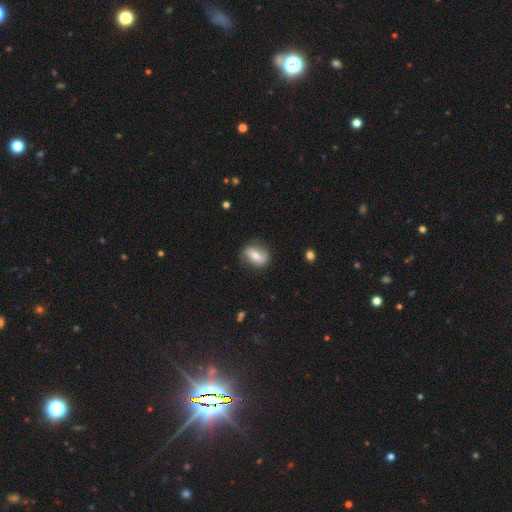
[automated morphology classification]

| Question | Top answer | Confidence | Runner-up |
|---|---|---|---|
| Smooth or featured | featured or disk | 49% | smooth (44%) |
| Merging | none | 77% | minor disturbance (17%) |